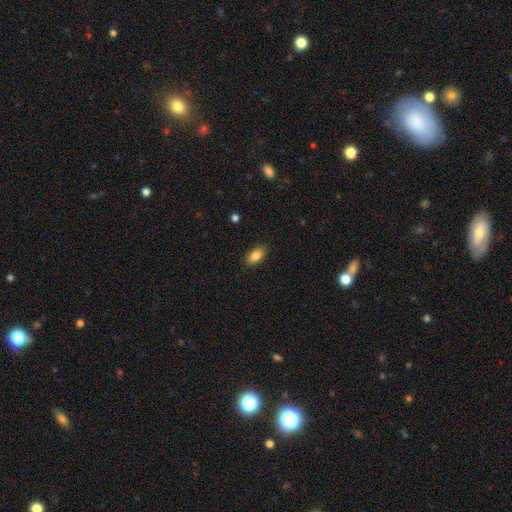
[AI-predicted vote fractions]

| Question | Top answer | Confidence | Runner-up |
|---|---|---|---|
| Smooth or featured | smooth | 85% | star or artifact (8%) |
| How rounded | in between | 90% | round (6%) |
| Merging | none | 86% | minor disturbance (11%) |